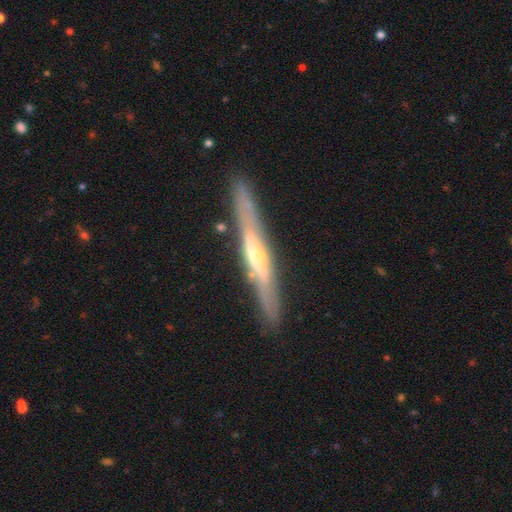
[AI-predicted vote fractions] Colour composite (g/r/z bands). It shows a featured or disk galaxy (73%) viewed edge-on (88%) with a rounded central bulge (65%). Merging: none (82%).